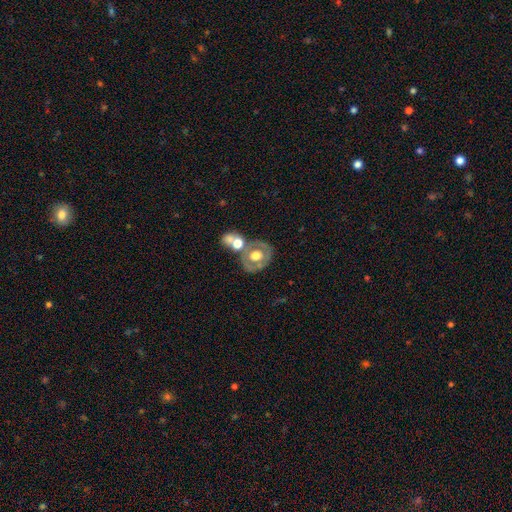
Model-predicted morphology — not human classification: This is possibly a featured or disk galaxy (54%). It is clearly not viewed edge-on (94%). Bar: clearly no (87%). Spiral arm pattern: clearly no (83%). Central bulge: possibly moderate (53%). Merging: marginally none (45%).